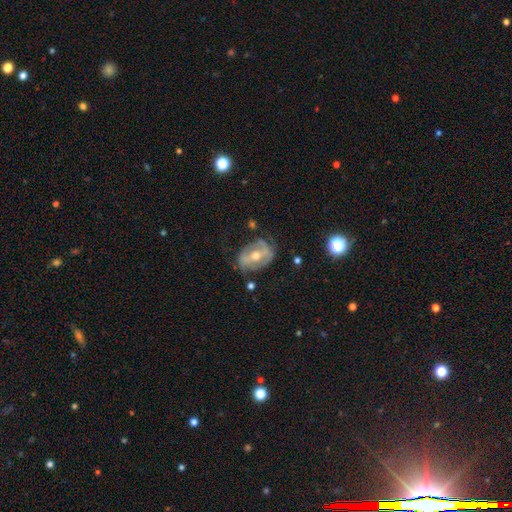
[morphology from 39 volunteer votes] Smooth or featured?
  - featured or disk: 79% *
  - smooth: 15%
  - star or artifact: 5%
Edge-on disk?
  - no: 97% *
  - yes: 3%
Bar?
  - strong: 57% *
  - no: 27%
  - weak: 17%
Spiral arms?
  - yes: 87% *
  - no: 13%
Spiral winding?
  - medium: 35% * (tied)
  - loose: 35% * (tied)
  - tight: 31%
Spiral arm count?
  - 2: 77% *
  - 1: 8%
  - 3: 8%
  - can't tell: 8%
  - 4: 0%
  - more than 4: 0%
Bulge size?
  - moderate: 77% *
  - small: 23%
  - dominant: 0%
  - large: 0%
  - none: 0%
Merging?
  - none: 62% *
  - major disturbance: 19%
  - minor disturbance: 14%
  - merger: 5%